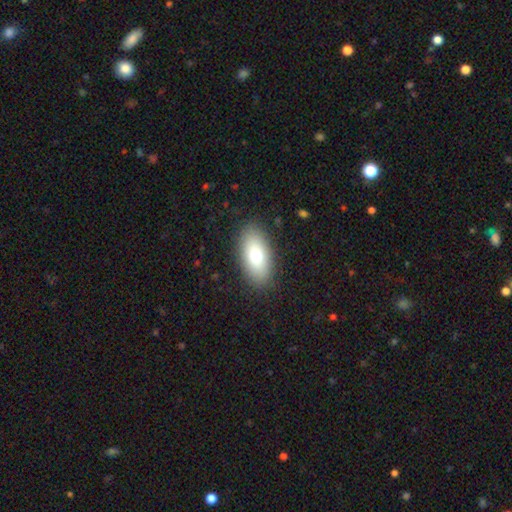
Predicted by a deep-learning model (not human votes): smooth-or-featured: smooth: 74% | featured or disk: 19% | star or artifact: 8%
  how-rounded: in between: 90% | cigar-shaped: 6% | round: 4%
  merging: none: 88% | minor disturbance: 8% | major disturbance: 3% | merger: 1%